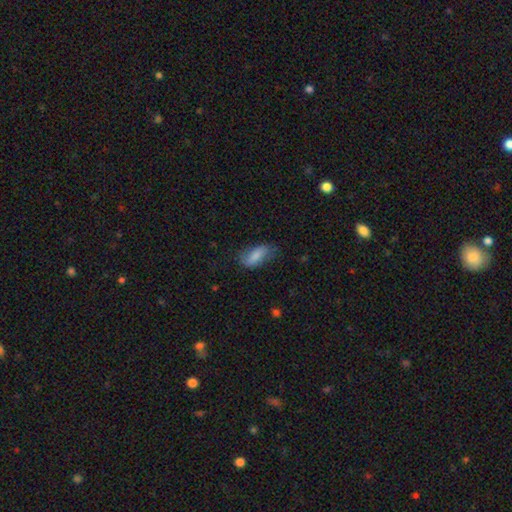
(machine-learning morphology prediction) A smooth galaxy with no disk features (75%) that is in between round and cigar-shaped (83%).

Vote fractions:
- Smooth or featured? smooth: 75% / featured or disk: 18% / star or artifact: 7%
- How rounded? in between: 83% / cigar-shaped: 13% / round: 3%
- Merging? none: 58% / minor disturbance: 30% / major disturbance: 11% / merger: 2%